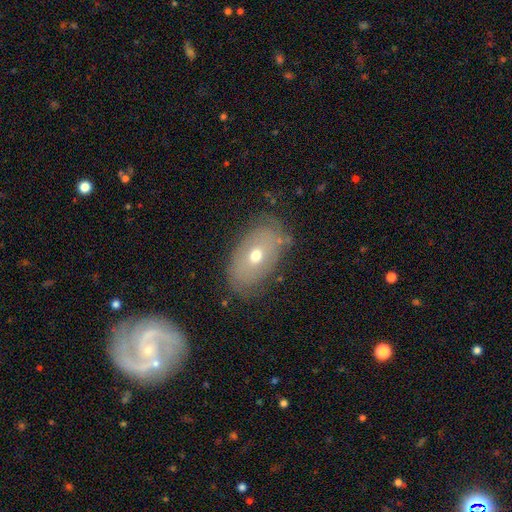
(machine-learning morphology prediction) A smooth galaxy with no disk features (50%) that is in between round and cigar-shaped (88%).

Vote fractions:
- Smooth or featured? smooth: 50% / featured or disk: 41% / star or artifact: 9%
- How rounded? in between: 88% / round: 10% / cigar-shaped: 1%
- Merging? none: 72% / minor disturbance: 20% / major disturbance: 6% / merger: 2%